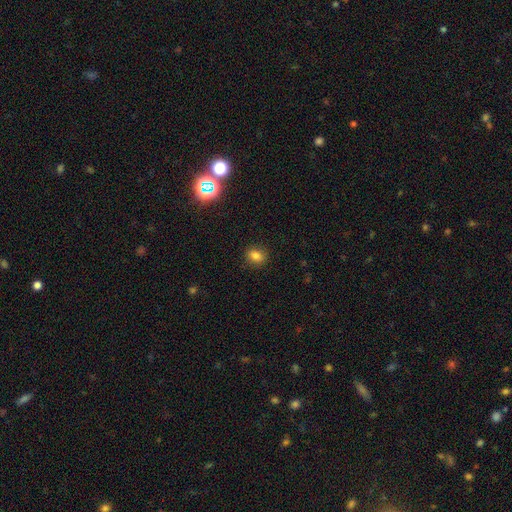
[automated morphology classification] A smooth galaxy with no disk features (81%) that is round (50%). Merging: none (88%).